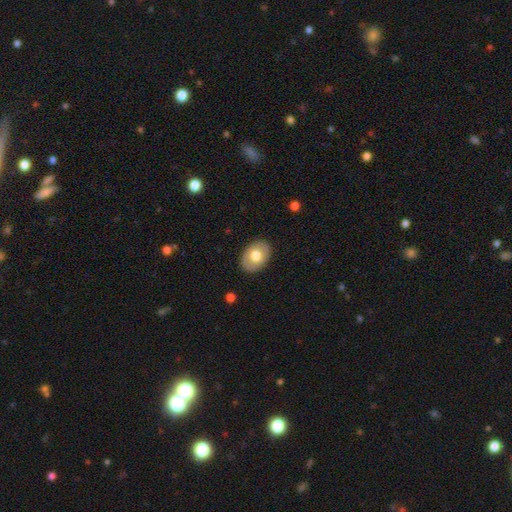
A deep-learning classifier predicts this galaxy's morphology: type=smooth (69%); roundness=in between (81%); merging=none (87%).